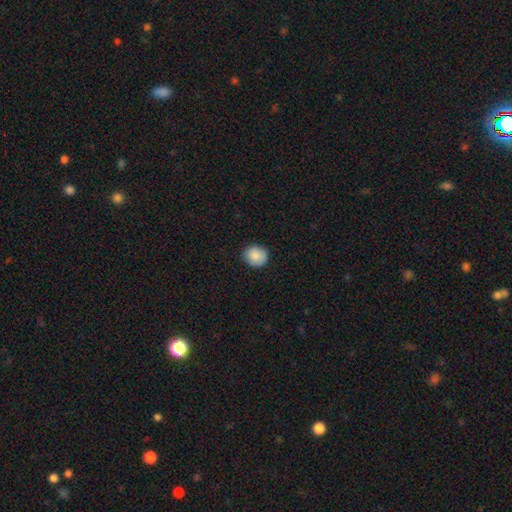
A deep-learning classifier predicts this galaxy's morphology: Smooth or featured? smooth (87%)
How rounded? round (84%)
Merging? none (86%)